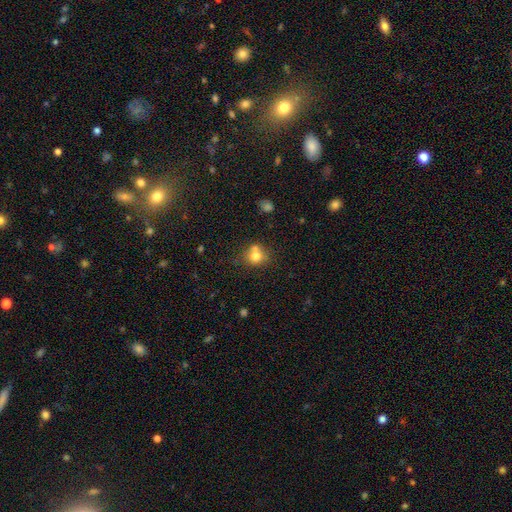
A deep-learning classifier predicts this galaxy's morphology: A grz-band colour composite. It shows a smooth galaxy with no disk features (74%) that is round (75%). Merging: none (51%).